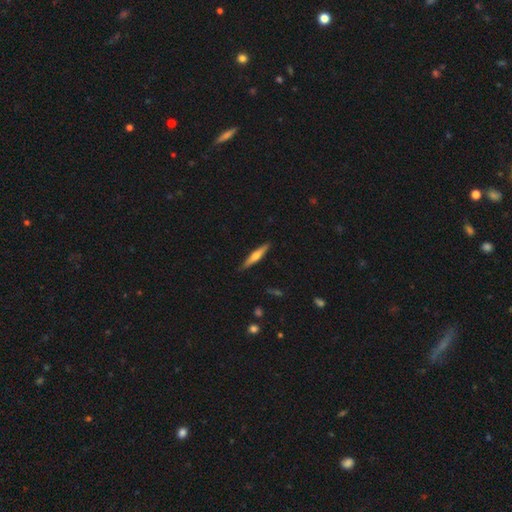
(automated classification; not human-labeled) This appears to be a featured or disk galaxy (53%) viewed edge-on (96%) with a rounded central bulge (84%). Merging: none (89%).